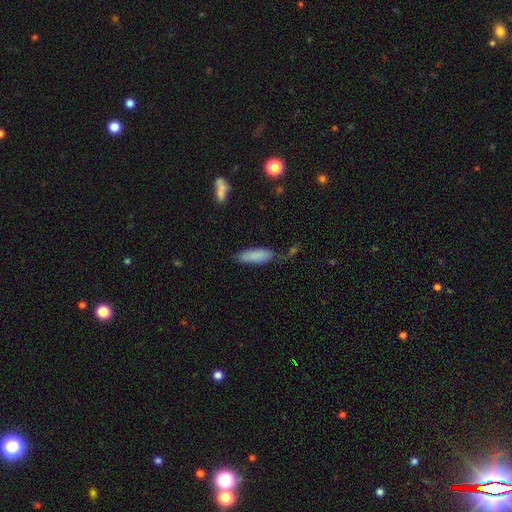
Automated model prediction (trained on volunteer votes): This is clearly a smooth galaxy (85%). How rounded: likely in between (61%). Merging: possibly none (56%).